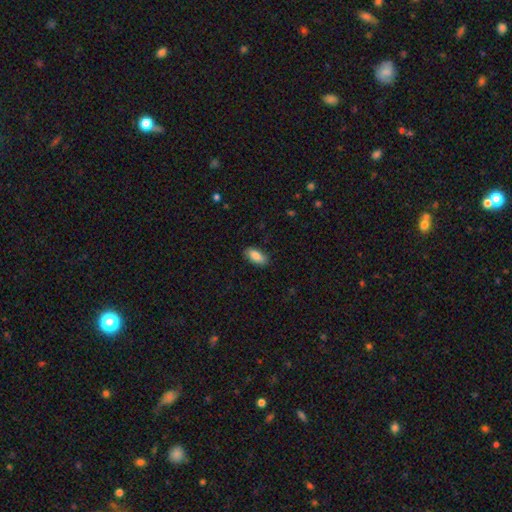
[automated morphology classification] Smooth or featured? smooth (85%)
How rounded? in between (91%)
Merging? none (85%)